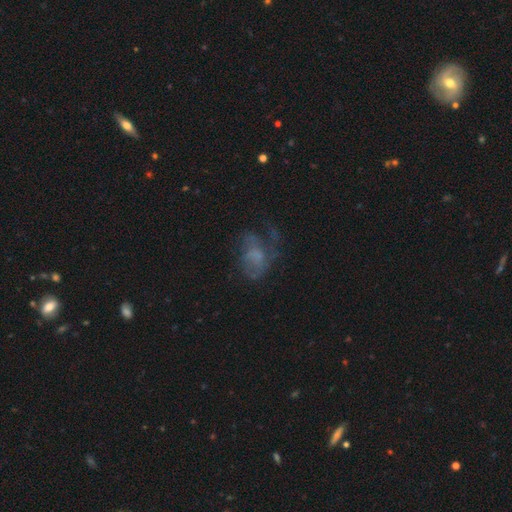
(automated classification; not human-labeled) Smooth or featured? featured or disk (53%)
Edge-on disk? no (97%)
Bar? no (77%)
Spiral arms? yes (54%)
Bulge size? none (51%)
Merging? major disturbance (40%)